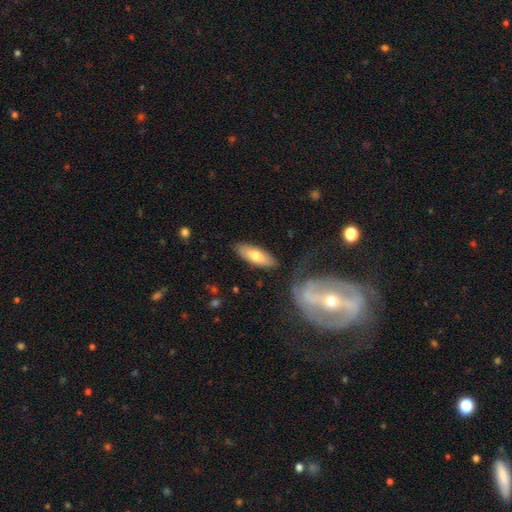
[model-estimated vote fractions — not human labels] A smooth galaxy with no disk features (68%) that is in between round and cigar-shaped (61%). Merging: none (82%).